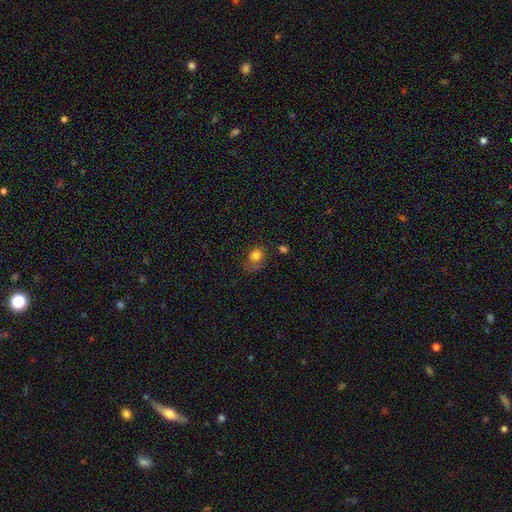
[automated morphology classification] Overall: smooth (78%). How rounded: round (56%; in between 43%). Merging: none (42%; minor disturbance 28%).